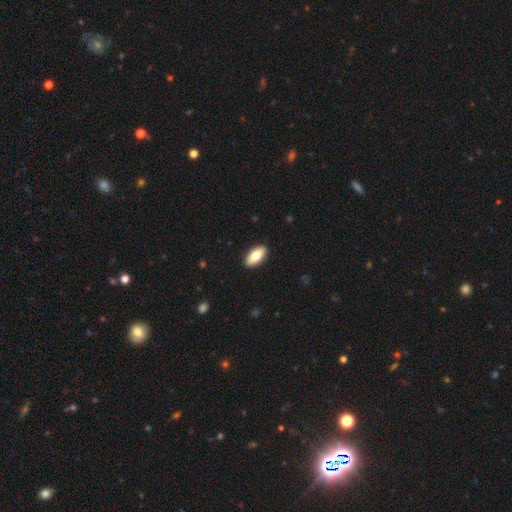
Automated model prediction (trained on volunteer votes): The model was most divided on "smooth or featured": smooth: 78%, featured or disk: 17%, star or artifact: 6%. More confident: merging — none (90%); how rounded — in between (87%).